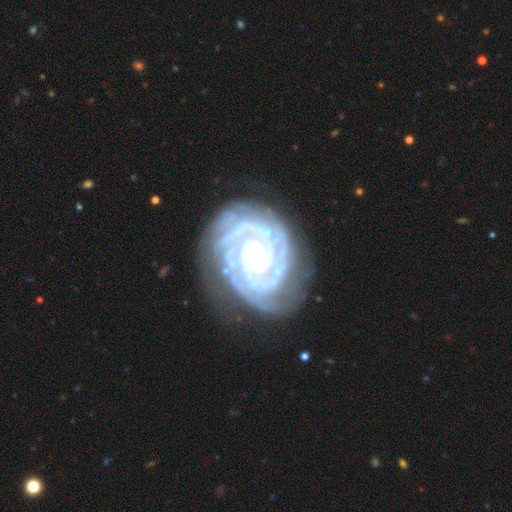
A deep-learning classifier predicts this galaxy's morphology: Smooth or featured: featured or disk — 92% (star or artifact — 5%)
Edge-on disk: no — 97% (yes — 3%)
Bar: no — 72% (weak — 17%)
Spiral arms: yes — 98% (no — 2%)
Spiral winding: tight — 85% (medium — 13%)
Spiral arm count: 2 — 30% (tied with 3 — 30%)
Bulge size: moderate — 56% (small — 38%)
Merging: none — 76% (minor disturbance — 17%)